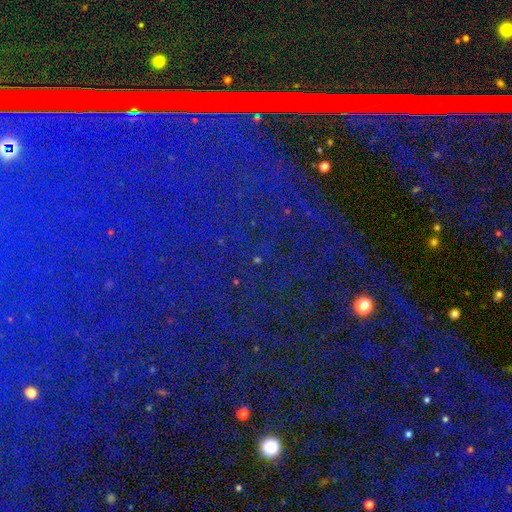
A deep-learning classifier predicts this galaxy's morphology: A star or artifact, not a galaxy (87%).